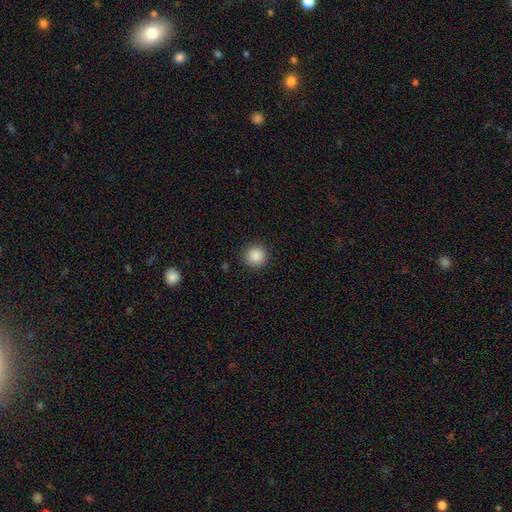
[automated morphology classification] This is clearly a smooth galaxy (88%). How rounded: clearly round (95%). Merging: clearly none (92%).